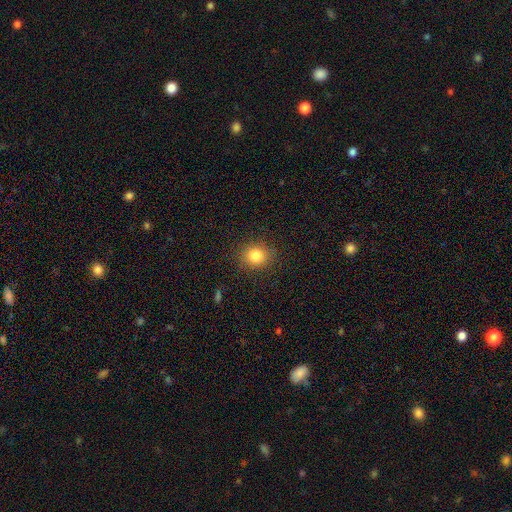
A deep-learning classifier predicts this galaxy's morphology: Smooth or featured?
  - smooth: 82% *
  - star or artifact: 11%
  - featured or disk: 6%
How rounded?
  - round: 76% *
  - in between: 23%
  - cigar-shaped: 1%
Merging?
  - none: 87% *
  - minor disturbance: 9%
  - major disturbance: 3%
  - merger: 1%